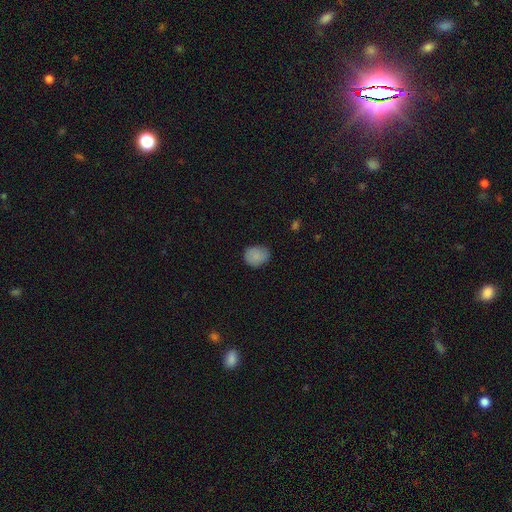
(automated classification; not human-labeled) smooth-or-featured: smooth: 85% | star or artifact: 9% | featured or disk: 7%
  how-rounded: round: 57% | in between: 42% | cigar-shaped: 1%
  merging: none: 73% | minor disturbance: 22% | major disturbance: 4% | merger: 1%